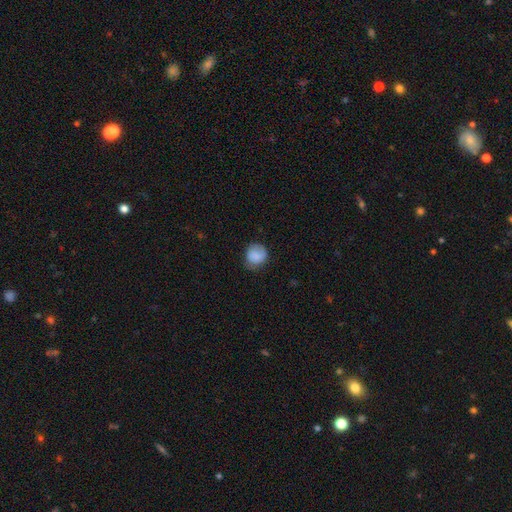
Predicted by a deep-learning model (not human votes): Q: Smooth or featured?
A: smooth (81%); runner-up: featured or disk (12%)
Q: How rounded?
A: round (83%); runner-up: in between (16%)
Q: Merging?
A: none (67%); runner-up: minor disturbance (25%)